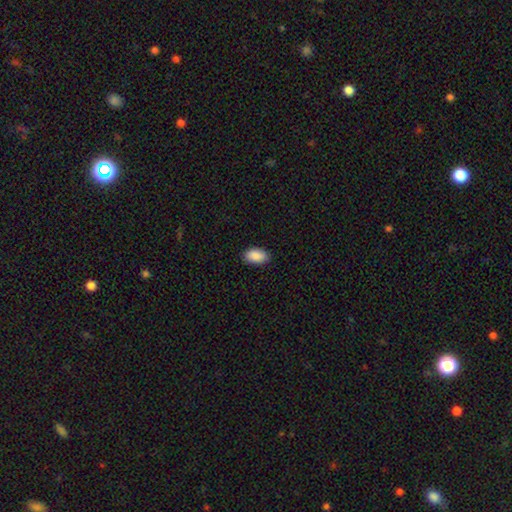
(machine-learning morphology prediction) Q: Smooth or featured?
A: smooth (90%); runner-up: star or artifact (7%)
Q: How rounded?
A: in between (94%); runner-up: round (4%)
Q: Merging?
A: none (88%); runner-up: minor disturbance (9%)